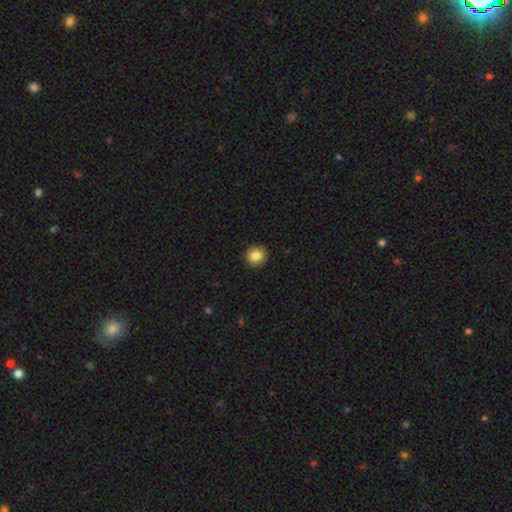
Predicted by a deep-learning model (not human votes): Smooth or featured? Predicted: smooth (p=0.86). How rounded? Predicted: round (p=0.88). Merging? Predicted: none (p=0.91).